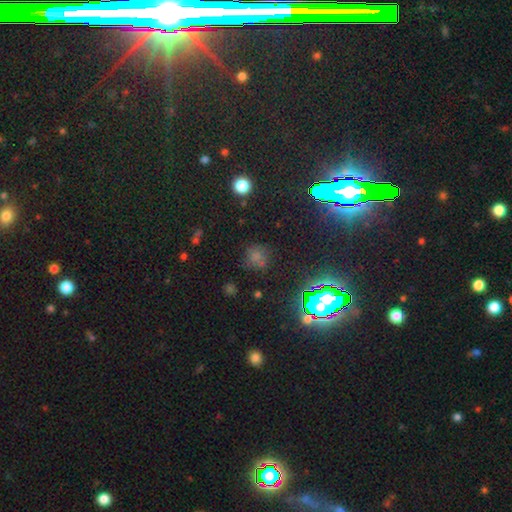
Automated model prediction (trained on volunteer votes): A star or artifact, not a galaxy (50%).